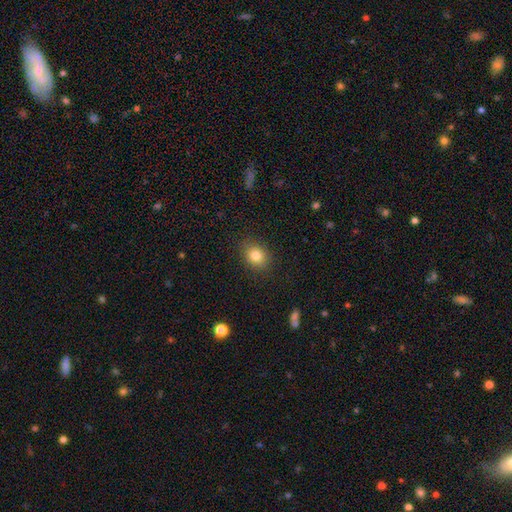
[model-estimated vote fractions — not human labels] A smooth galaxy with no disk features (83%) that is round (55%).

Vote fractions:
- Smooth or featured? smooth: 83% / star or artifact: 10% / featured or disk: 7%
- How rounded? round: 55% / in between: 44% / cigar-shaped: 1%
- Merging? none: 86% / minor disturbance: 10% / major disturbance: 3% / merger: 1%